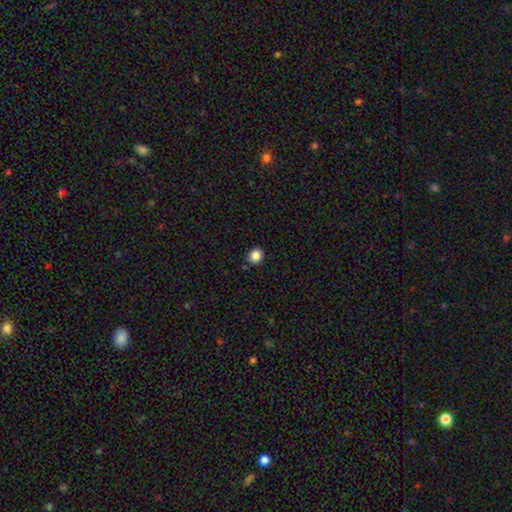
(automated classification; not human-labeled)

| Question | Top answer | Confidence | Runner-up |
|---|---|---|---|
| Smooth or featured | smooth | 85% | star or artifact (11%) |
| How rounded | round | 81% | in between (18%) |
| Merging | none | 88% | minor disturbance (8%) |